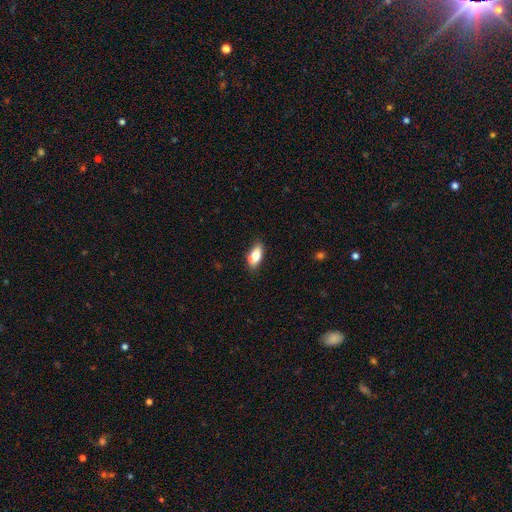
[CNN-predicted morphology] Q: Smooth or featured?
A: smooth (80%); runner-up: featured or disk (13%)
Q: How rounded?
A: in between (87%); runner-up: cigar-shaped (10%)
Q: Merging?
A: none (78%); runner-up: minor disturbance (16%)